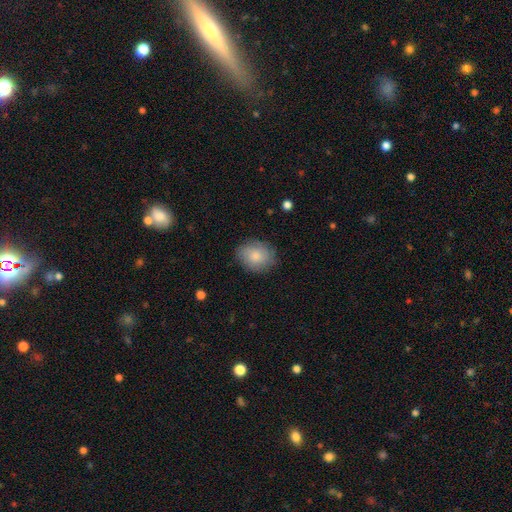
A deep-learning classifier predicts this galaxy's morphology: This appears to be a smooth galaxy with no disk features (80%) that is in between round and cigar-shaped (59%). Merging: none (80%).